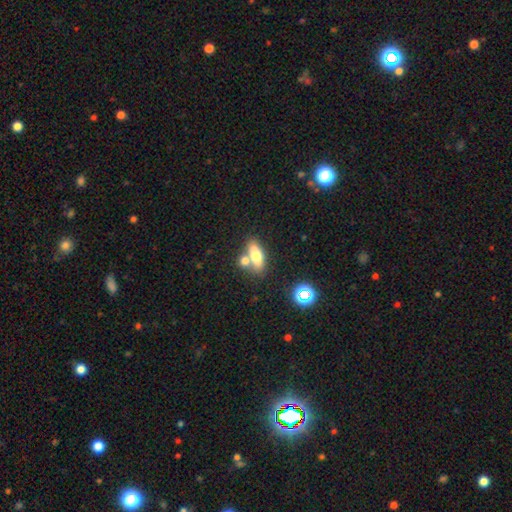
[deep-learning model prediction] Overall: smooth (64%; featured or disk 26%). How rounded: in between (62%; cigar-shaped 31%). Merging: none (54%; merger 31%).